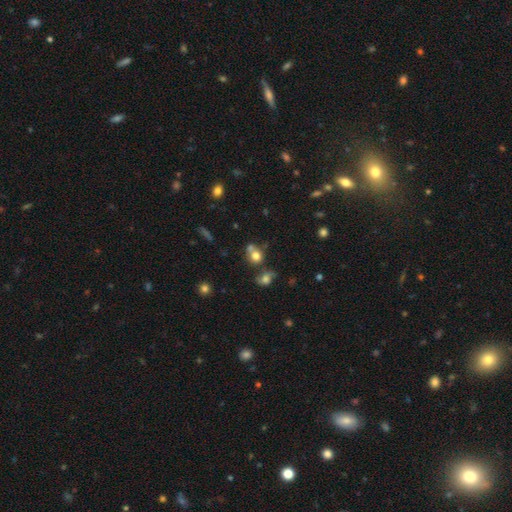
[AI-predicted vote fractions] smooth 73%, star or artifact 14%, featured or disk 13%. Down the decision tree: how rounded — round (76%); merging — none (45%).